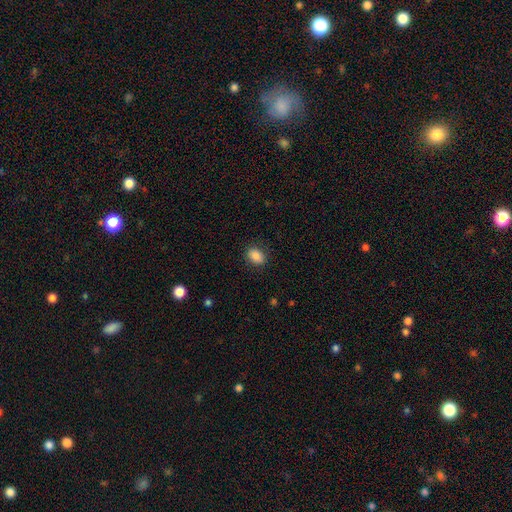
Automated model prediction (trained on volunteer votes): smooth_or_featured: smooth (p=0.87) [alt: star or artifact p=0.08]
how_rounded: in between (p=0.73) [alt: round p=0.26]
merging: none (p=0.87) [alt: minor disturbance p=0.09]